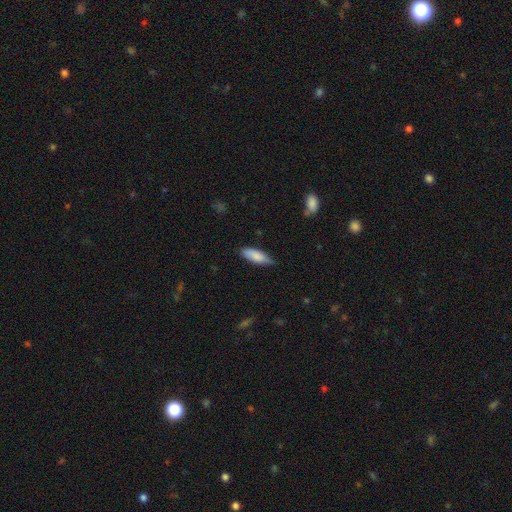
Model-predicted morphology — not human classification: Smooth or featured? Predicted: smooth (p=0.84). How rounded? Predicted: in between (p=0.65). Merging? Predicted: none (p=0.69).